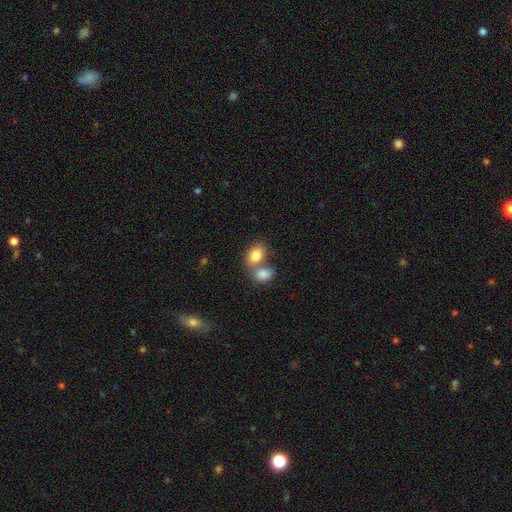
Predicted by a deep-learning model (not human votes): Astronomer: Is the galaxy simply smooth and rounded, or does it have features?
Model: smooth — 82%.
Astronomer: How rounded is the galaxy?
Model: in between — 78%.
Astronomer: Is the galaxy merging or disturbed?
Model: merger — 57% (runner-up: none, 32%).